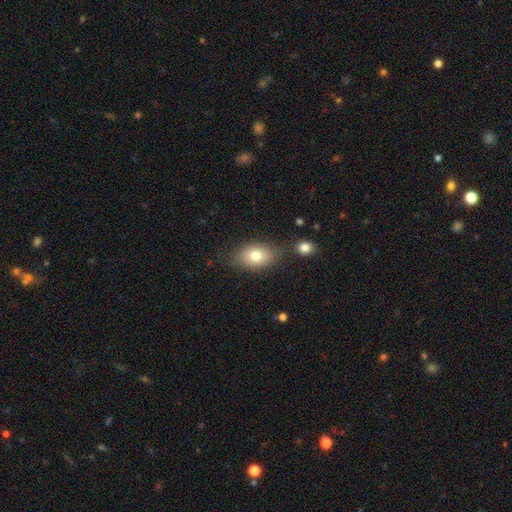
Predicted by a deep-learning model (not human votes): The model was most divided on "merging": none: 72%, minor disturbance: 15%, merger: 8%, major disturbance: 5%. More confident: how rounded — in between (82%); smooth or featured — smooth (78%).